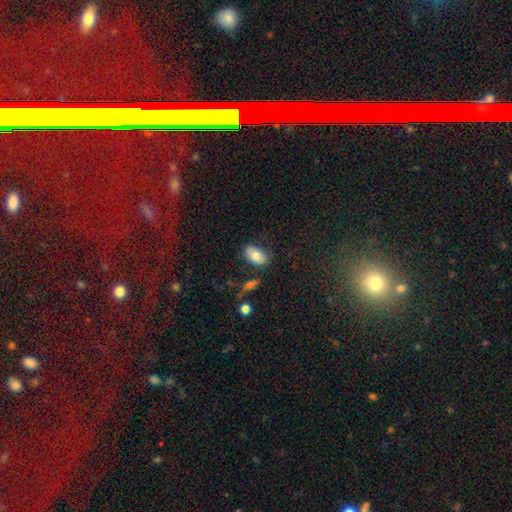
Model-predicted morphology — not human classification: A smooth galaxy with no disk features (77%) that is in between round and cigar-shaped (92%). Merging: none (76%).